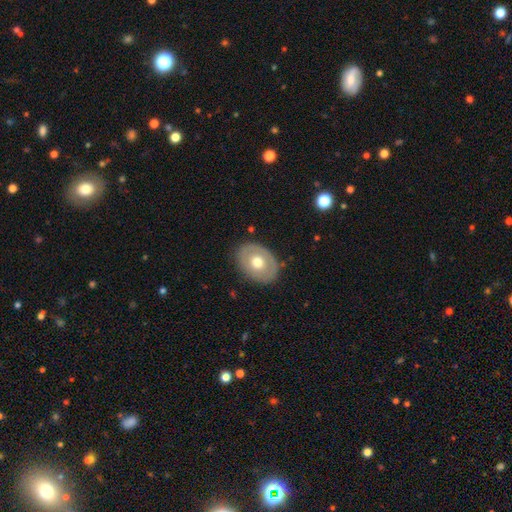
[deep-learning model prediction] A featured or disk galaxy (45%). Merging: none (86%).